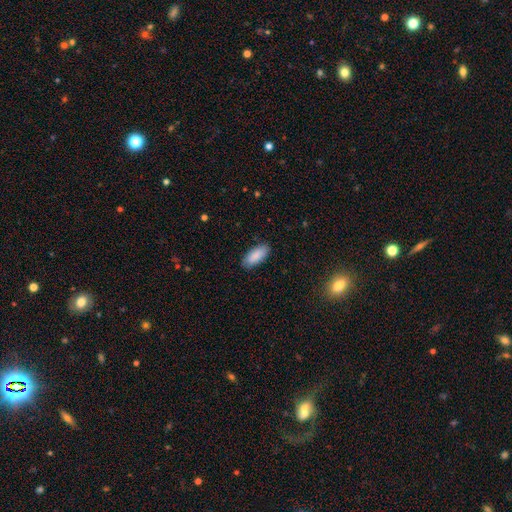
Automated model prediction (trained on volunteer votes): A smooth galaxy with no disk features (88%) that is in between round and cigar-shaped (84%). Merging: none (86%).